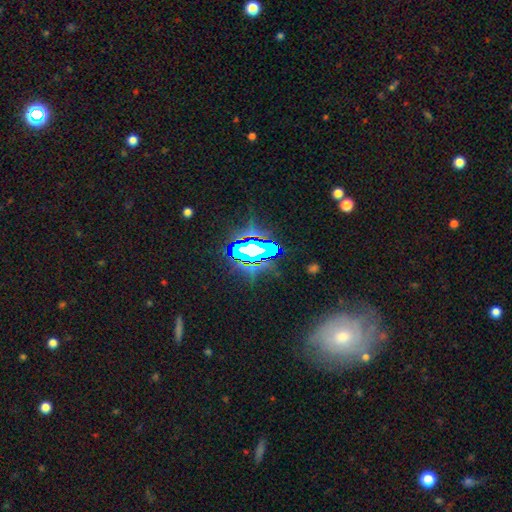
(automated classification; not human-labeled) smooth-or-featured: star or artifact: 66% | smooth: 17% | featured or disk: 16%